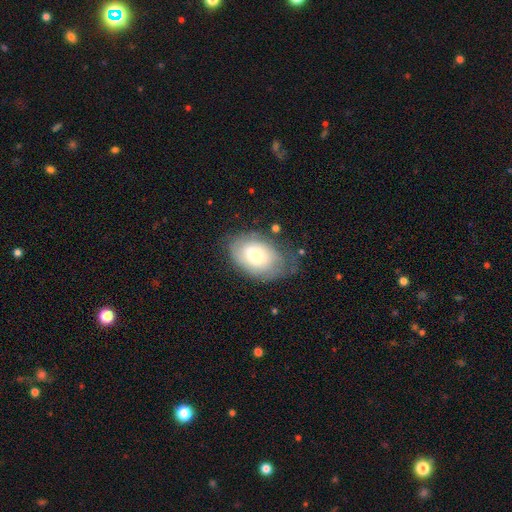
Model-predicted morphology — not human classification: smooth-or-featured: smooth: 58% | featured or disk: 34% | star or artifact: 8%
  how-rounded: in between: 85% | round: 14% | cigar-shaped: 1%
  merging: none: 55% | minor disturbance: 28% | major disturbance: 15% | merger: 2%